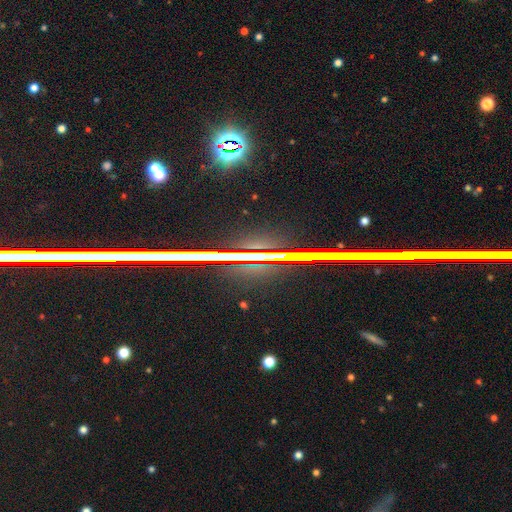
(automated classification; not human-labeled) Morphology: type=star or artifact (73%).